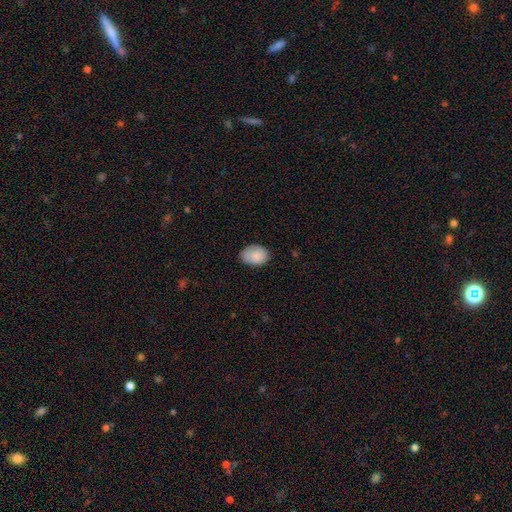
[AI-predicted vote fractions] smooth 87%, star or artifact 7%, featured or disk 7%. Down the decision tree: how rounded — in between (76%); merging — none (73%).